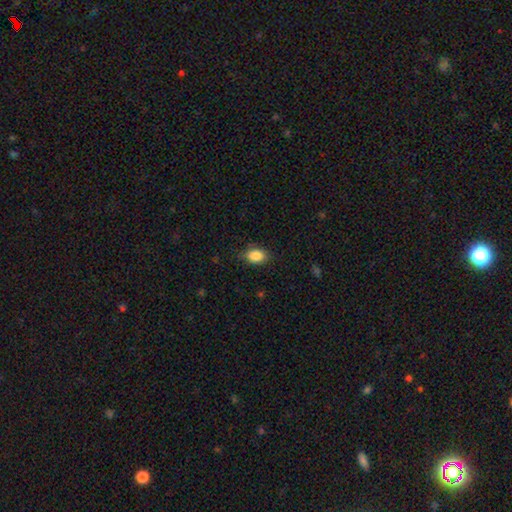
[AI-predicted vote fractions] smooth 87%, star or artifact 8%, featured or disk 5%. Down the decision tree: how rounded — in between (82%); merging — none (79%).